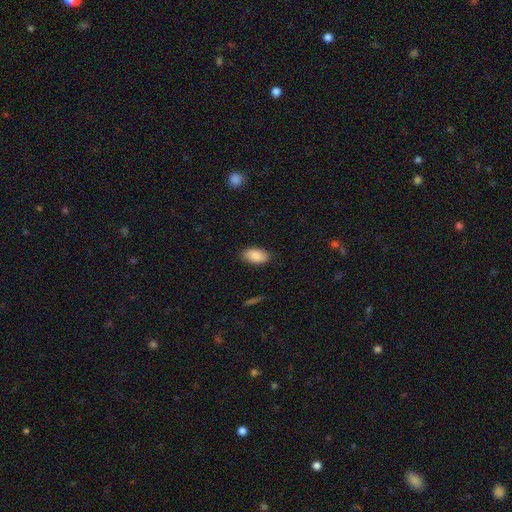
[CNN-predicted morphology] Overall: smooth (87%). How rounded: in between (94%). Merging: none (84%).